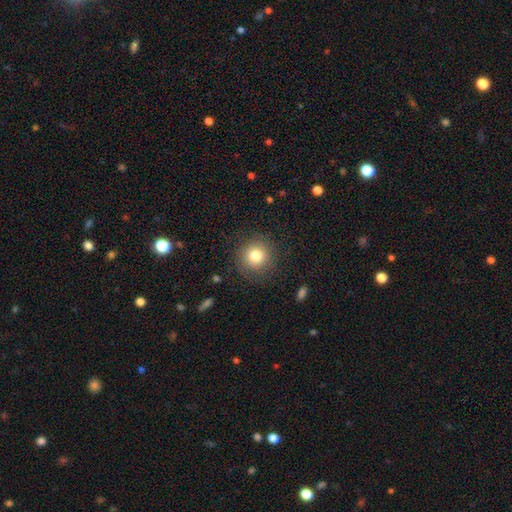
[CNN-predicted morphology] Q: Smooth or featured?
A: smooth (80%); runner-up: star or artifact (10%)
Q: How rounded?
A: round (91%); runner-up: in between (8%)
Q: Merging?
A: none (85%); runner-up: minor disturbance (9%)